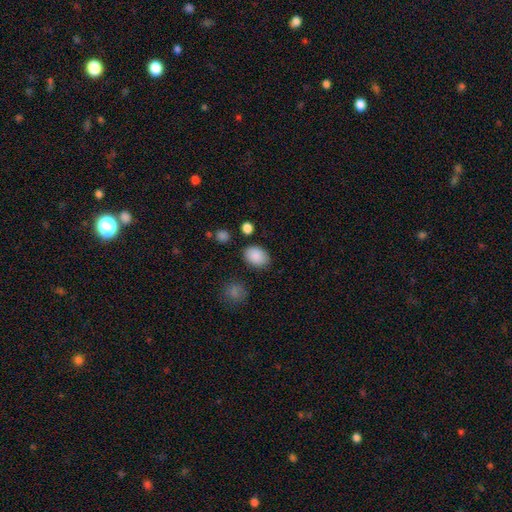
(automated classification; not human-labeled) smooth-or-featured: smooth: 87% | star or artifact: 8% | featured or disk: 5%
  how-rounded: in between: 78% | round: 21% | cigar-shaped: 1%
  merging: none: 81% | minor disturbance: 13% | major disturbance: 3% | merger: 3%